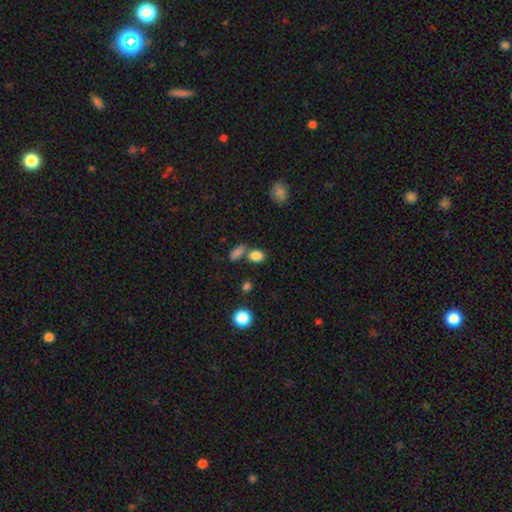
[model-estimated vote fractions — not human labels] Q: Smooth or featured?
A: smooth (83%); runner-up: star or artifact (11%)
Q: How rounded?
A: in between (71%); runner-up: round (26%)
Q: Merging?
A: none (54%); runner-up: merger (31%)